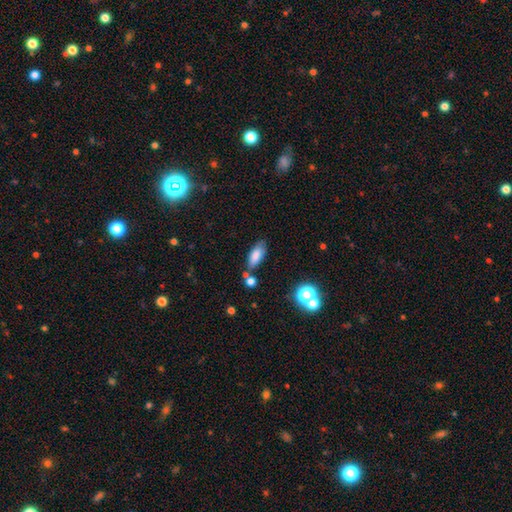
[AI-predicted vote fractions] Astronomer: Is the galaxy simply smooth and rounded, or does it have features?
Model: smooth — 79%.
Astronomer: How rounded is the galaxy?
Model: in between — 78%.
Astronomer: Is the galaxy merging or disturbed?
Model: none — 66%.